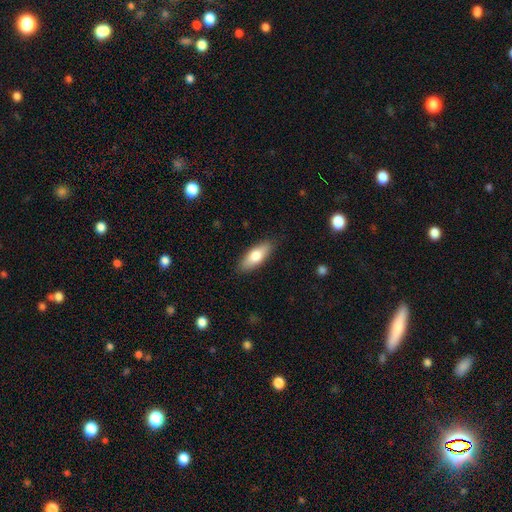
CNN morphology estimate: smooth-or-featured: smooth: 74% | featured or disk: 20% | star or artifact: 6%
  how-rounded: in between: 71% | cigar-shaped: 27% | round: 2%
  merging: none: 86% | minor disturbance: 10% | major disturbance: 2% | merger: 1%